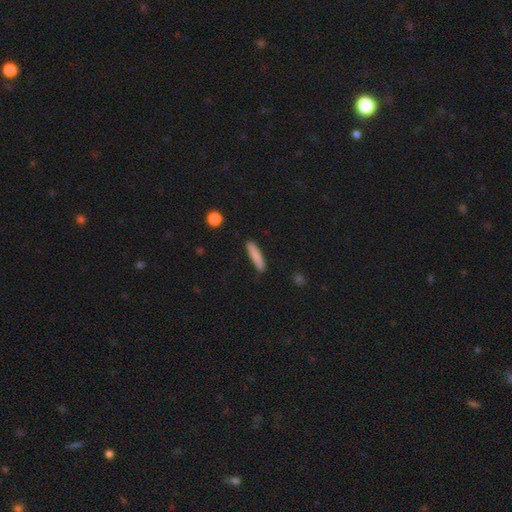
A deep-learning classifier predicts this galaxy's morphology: This appears to be a smooth galaxy with no disk features (84%) that is cigar-shaped (90%). Merging: none (88%).